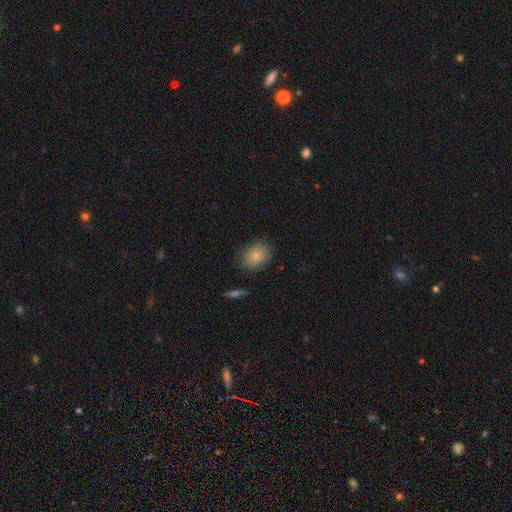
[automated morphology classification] A smooth galaxy with no disk features (85%) that is in between round and cigar-shaped (53%). Merging: none (82%).